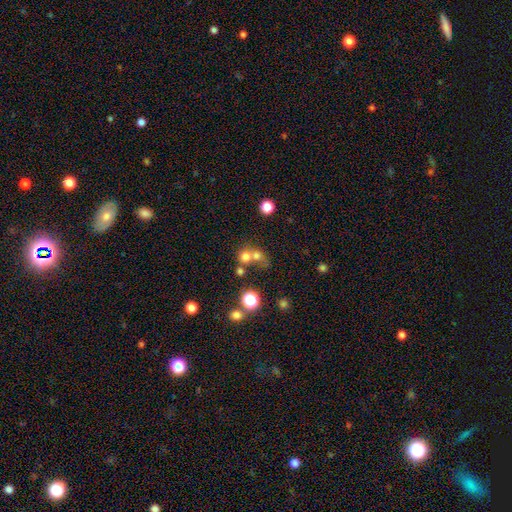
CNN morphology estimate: Q: Smooth or featured?
A: smooth (64%); runner-up: star or artifact (21%)
Q: How rounded?
A: round (81%); runner-up: in between (18%)
Q: Merging?
A: merger (51%); runner-up: none (36%)